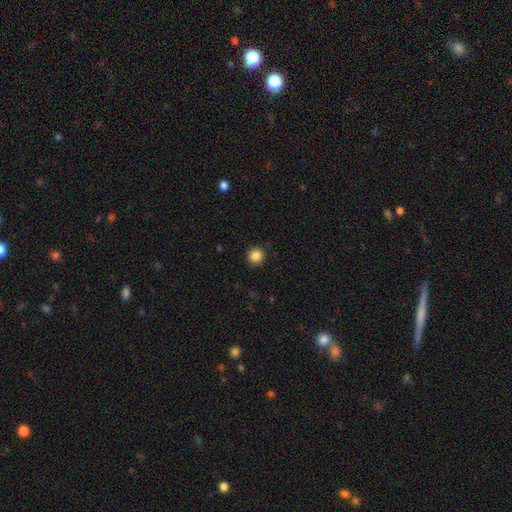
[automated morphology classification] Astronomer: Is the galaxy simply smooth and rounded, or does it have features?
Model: smooth — 86%.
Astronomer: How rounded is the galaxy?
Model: round — 94%.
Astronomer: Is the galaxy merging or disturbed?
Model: none — 92%.